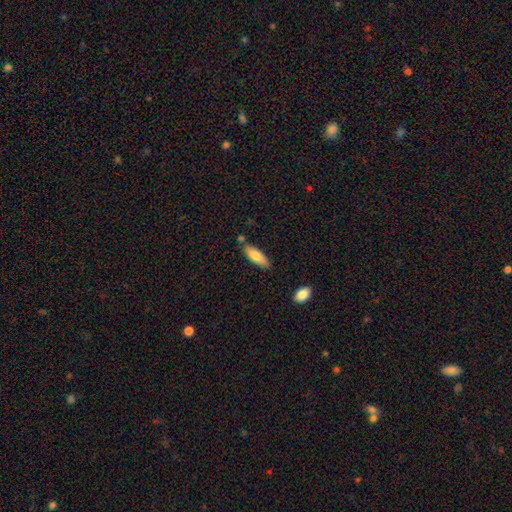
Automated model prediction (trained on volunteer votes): Smooth or featured? Predicted: smooth (p=0.79). How rounded? Predicted: in between (p=0.54). Merging? Predicted: none (p=0.76).